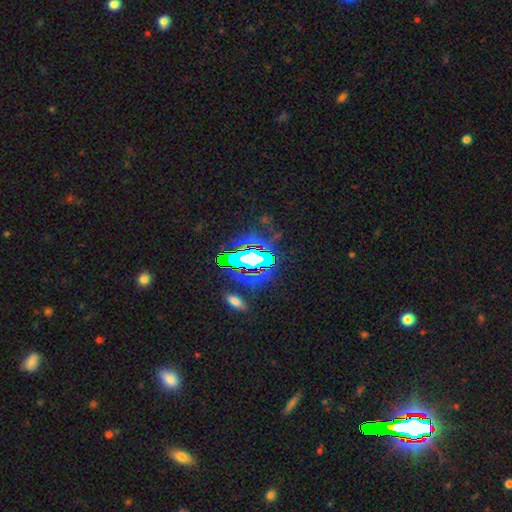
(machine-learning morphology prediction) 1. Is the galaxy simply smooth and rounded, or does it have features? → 62% star or artifact, 19% smooth, 18% featured or disk.